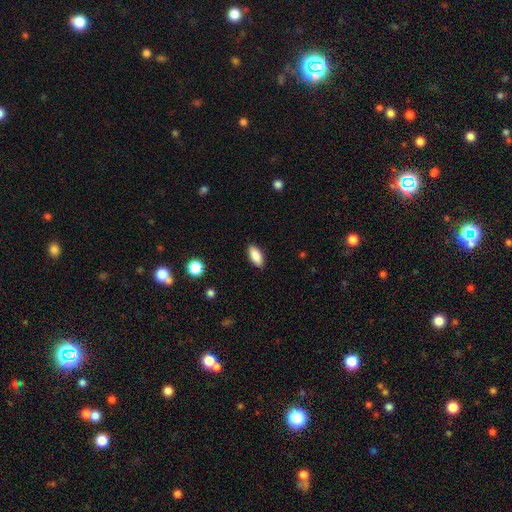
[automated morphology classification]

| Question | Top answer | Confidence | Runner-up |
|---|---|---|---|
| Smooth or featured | smooth | 88% | star or artifact (7%) |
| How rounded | in between | 87% | cigar-shaped (11%) |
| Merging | none | 89% | minor disturbance (8%) |